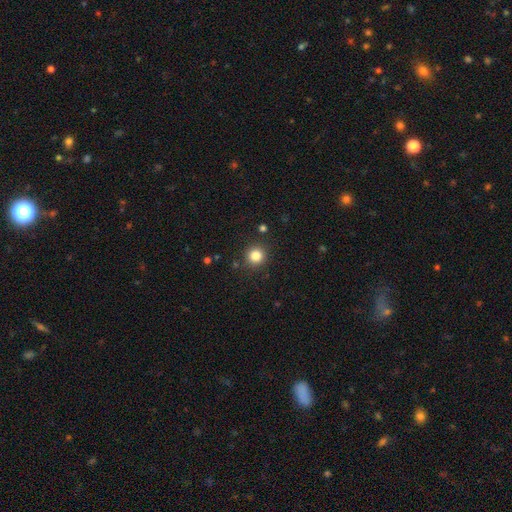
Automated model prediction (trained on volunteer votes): This is clearly a smooth galaxy (83%). How rounded: clearly round (93%). Merging: clearly none (89%).